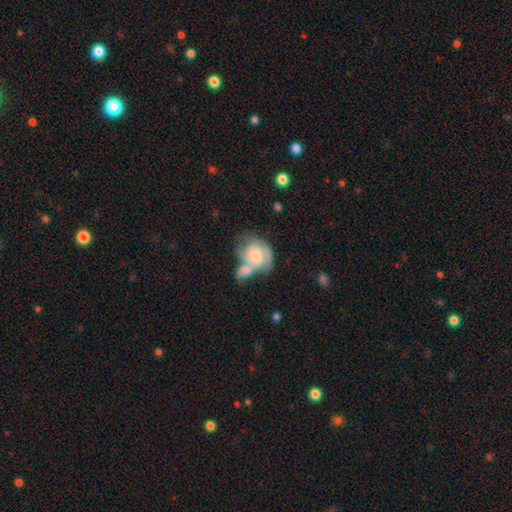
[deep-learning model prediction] This appears to be a featured or disk galaxy (69%) with no bar (66%), 2 (49%) medium (43%) spiral arms (87%) and a small central bulge (46%). Merging: merger (53%).